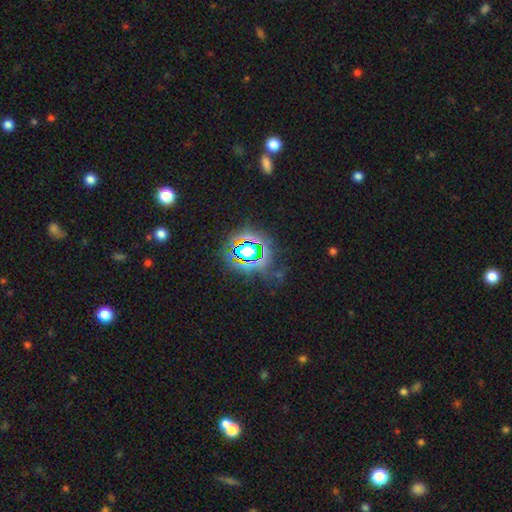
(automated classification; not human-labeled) A star or artifact, not a galaxy (77%).

Vote fractions:
- Smooth or featured? star or artifact: 77% / smooth: 13% / featured or disk: 10%